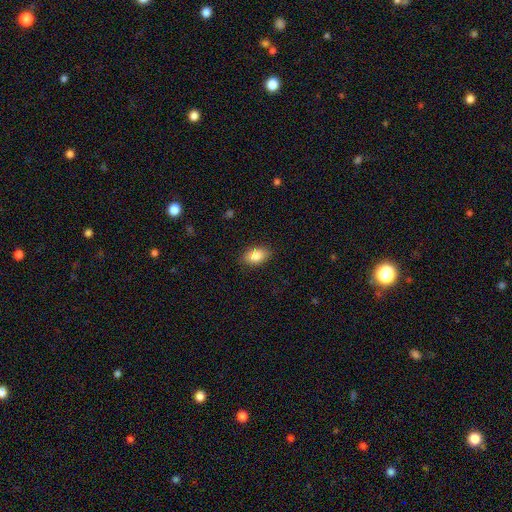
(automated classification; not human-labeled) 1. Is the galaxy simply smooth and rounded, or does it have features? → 85% smooth, 8% featured or disk, 8% star or artifact.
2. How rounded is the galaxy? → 89% in between, 9% round, 2% cigar-shaped.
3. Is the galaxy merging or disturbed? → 86% none, 10% minor disturbance, 2% major disturbance, 1% merger.